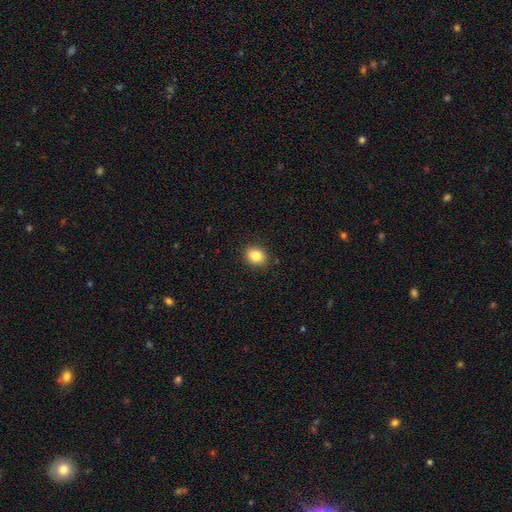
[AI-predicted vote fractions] Smooth or featured?
  - smooth: 84% *
  - star or artifact: 10%
  - featured or disk: 6%
How rounded?
  - round: 54% *
  - in between: 45%
  - cigar-shaped: 1%
Merging?
  - none: 89% *
  - minor disturbance: 8%
  - major disturbance: 2%
  - merger: 1%